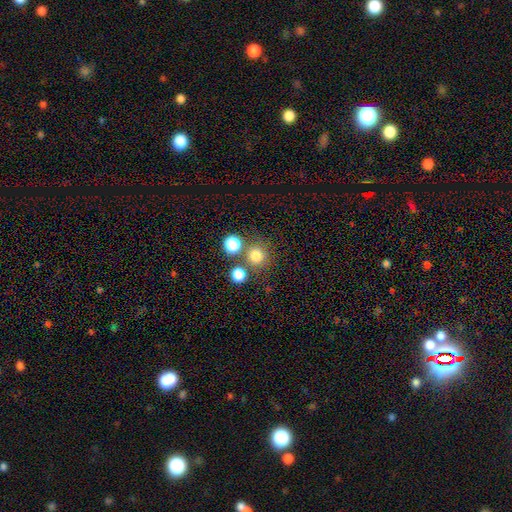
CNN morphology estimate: Smooth or featured: smooth — 76% (star or artifact — 16%)
How rounded: round — 91% (in between — 8%)
Merging: none — 71% (merger — 17%)